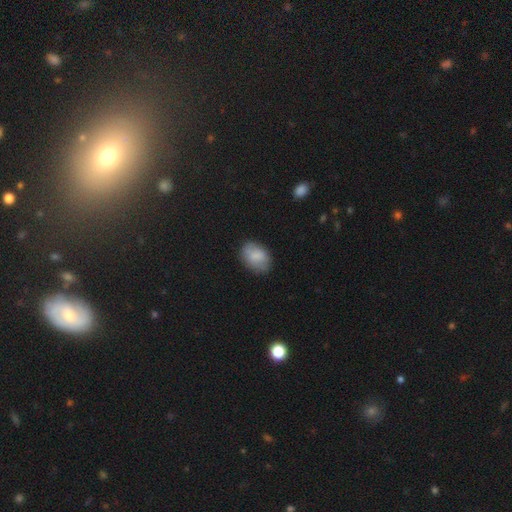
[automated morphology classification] smooth-or-featured: smooth: 81% | featured or disk: 12% | star or artifact: 7%
  how-rounded: in between: 82% | round: 17% | cigar-shaped: 1%
  merging: none: 77% | minor disturbance: 18% | major disturbance: 4% | merger: 1%